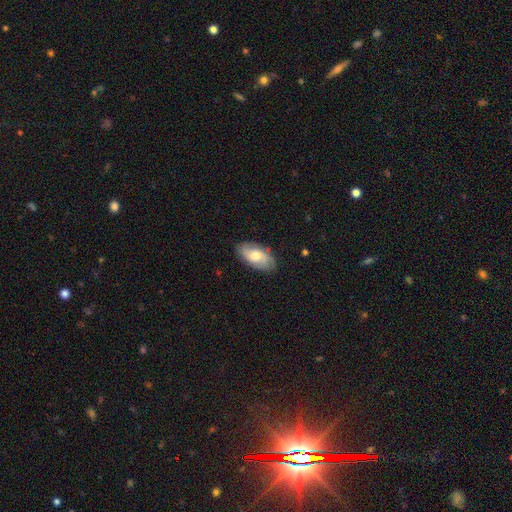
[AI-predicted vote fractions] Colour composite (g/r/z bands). It shows a featured or disk galaxy (49%). Merging: none (79%).